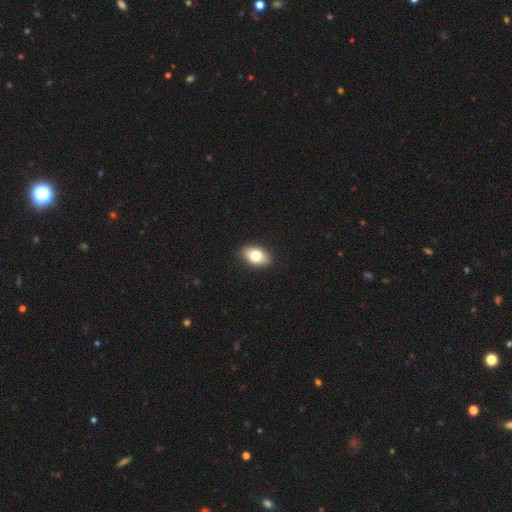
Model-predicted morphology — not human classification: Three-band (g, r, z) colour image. It shows a smooth galaxy with no disk features (78%) that is in between round and cigar-shaped (89%). Merging: none (89%).